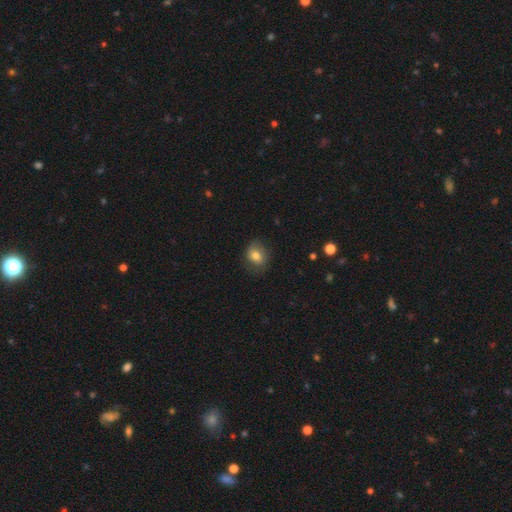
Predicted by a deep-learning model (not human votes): Overall: smooth (74%). How rounded: in between (56%; round 43%). Merging: none (71%).